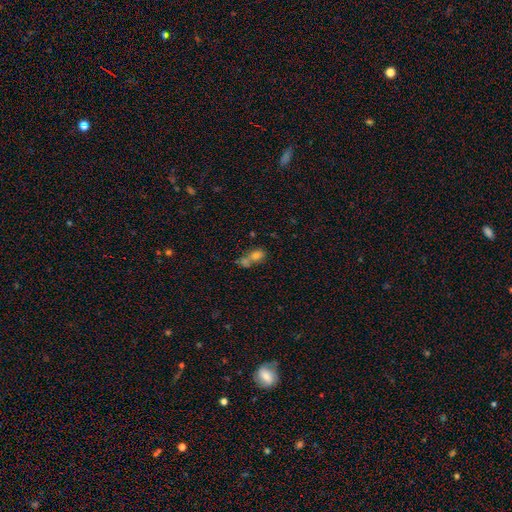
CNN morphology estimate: The model was most divided on "how rounded": in between: 56%, round: 41%, cigar-shaped: 3%. More confident: smooth or featured — smooth (72%); merging — merger (59%).